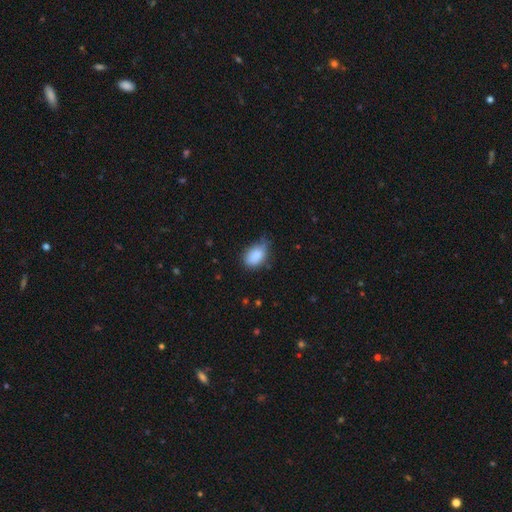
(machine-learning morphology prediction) smooth_or_featured: smooth (p=0.87) [alt: star or artifact p=0.08]
how_rounded: in between (p=0.87) [alt: round p=0.12]
merging: none (p=0.51) [alt: minor disturbance p=0.39]